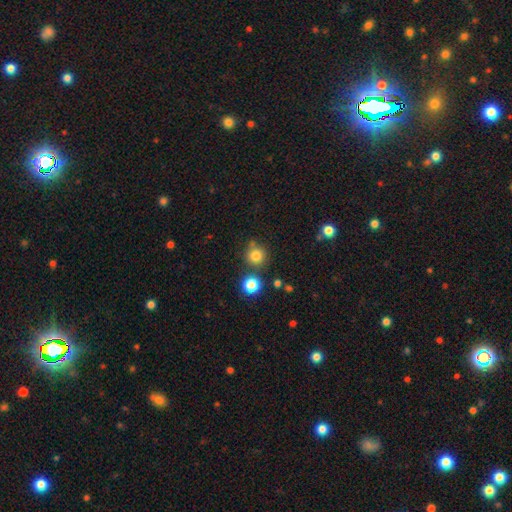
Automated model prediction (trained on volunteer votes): Morphology: type=smooth (80%); roundness=round (93%); merging=none (77%).